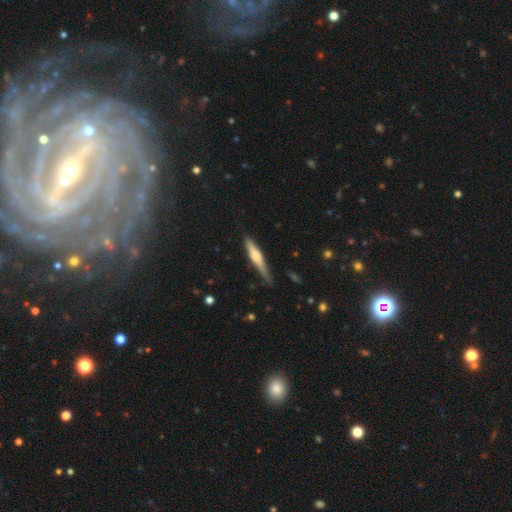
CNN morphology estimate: Overall: featured or disk (54%; smooth 41%). Edge-on disk: yes (96%). Edge-on bulge: rounded (75%). Merging: none (75%).